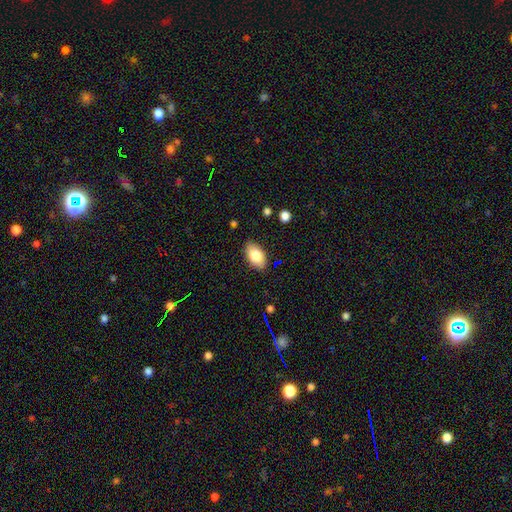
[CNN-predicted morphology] A smooth galaxy with no disk features (81%) that is in between round and cigar-shaped (93%). Merging: none (85%).